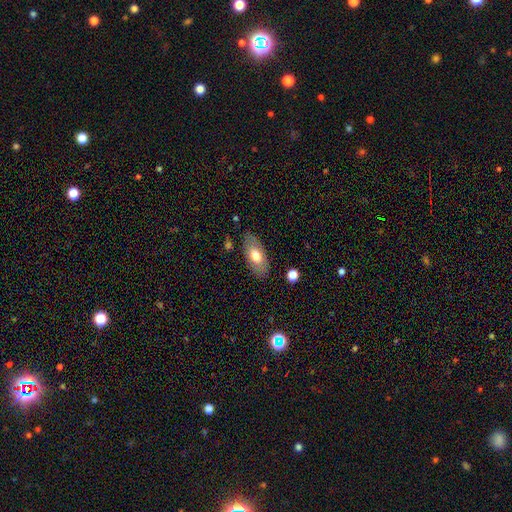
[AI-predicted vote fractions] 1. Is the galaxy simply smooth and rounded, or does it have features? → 66% smooth, 28% featured or disk, 6% star or artifact.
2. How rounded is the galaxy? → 89% in between, 7% cigar-shaped, 3% round.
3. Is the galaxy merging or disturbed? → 80% none, 14% minor disturbance, 4% major disturbance, 2% merger.